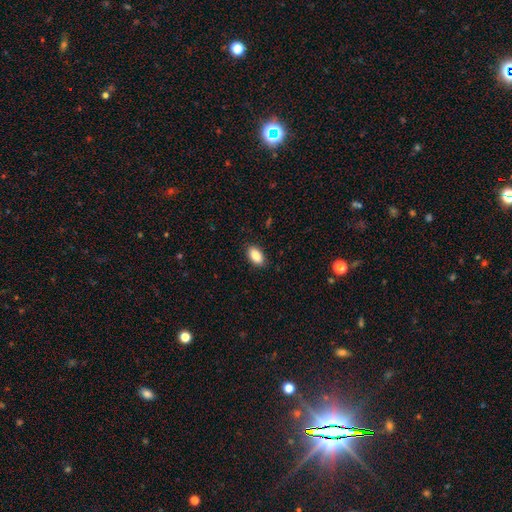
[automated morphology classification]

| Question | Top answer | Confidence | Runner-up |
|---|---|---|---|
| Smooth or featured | smooth | 86% | star or artifact (7%) |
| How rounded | in between | 93% | round (5%) |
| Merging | none | 88% | minor disturbance (9%) |